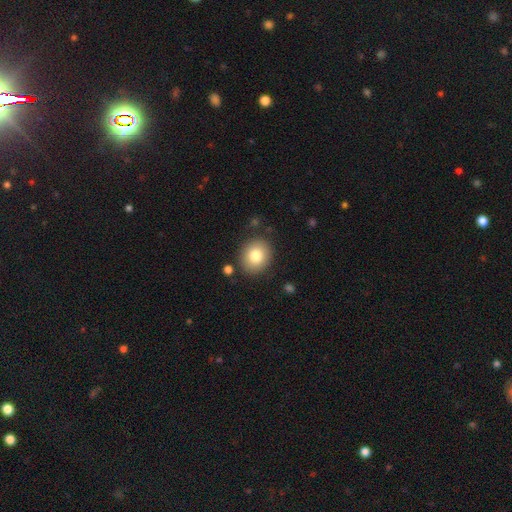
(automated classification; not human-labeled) Smooth or featured? smooth (80%)
How rounded? round (72%)
Merging? none (86%)